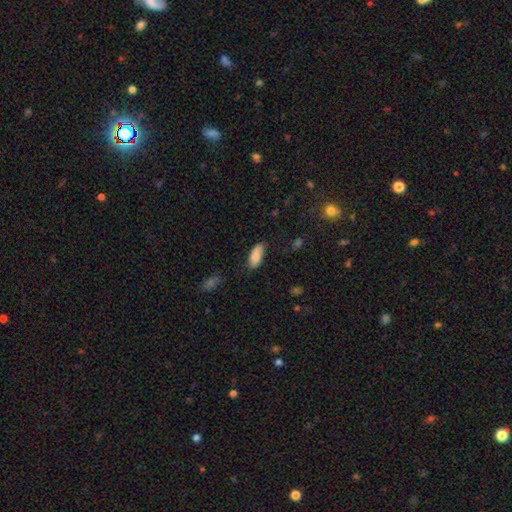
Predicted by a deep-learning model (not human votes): Smooth or featured? Predicted: smooth (p=0.83). How rounded? Predicted: in between (p=0.83). Merging? Predicted: none (p=0.72).